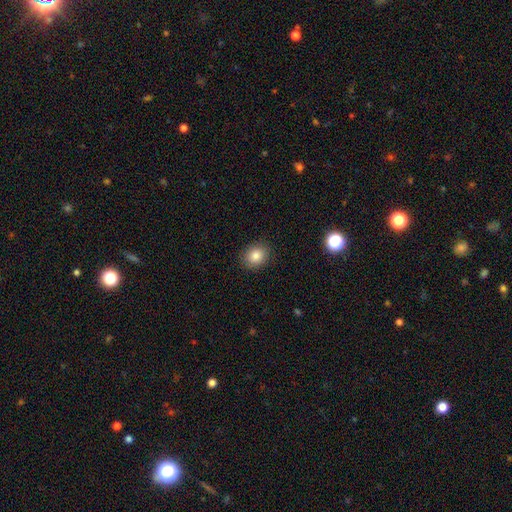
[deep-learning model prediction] Overall: smooth (84%). How rounded: round (61%; in between 38%). Merging: none (89%).